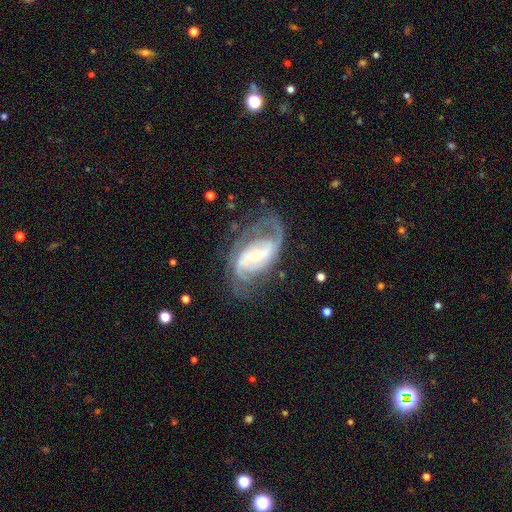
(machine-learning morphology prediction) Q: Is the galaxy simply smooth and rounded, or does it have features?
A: featured or disk — 89%.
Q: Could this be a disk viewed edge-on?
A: no — 96%.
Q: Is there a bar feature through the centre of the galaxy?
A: weak — 41%.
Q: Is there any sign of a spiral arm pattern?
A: yes — 97%.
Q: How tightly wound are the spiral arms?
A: medium — 47%.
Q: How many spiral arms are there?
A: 2 — 58%.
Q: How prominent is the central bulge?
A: small — 58%.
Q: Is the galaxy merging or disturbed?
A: none — 64%.